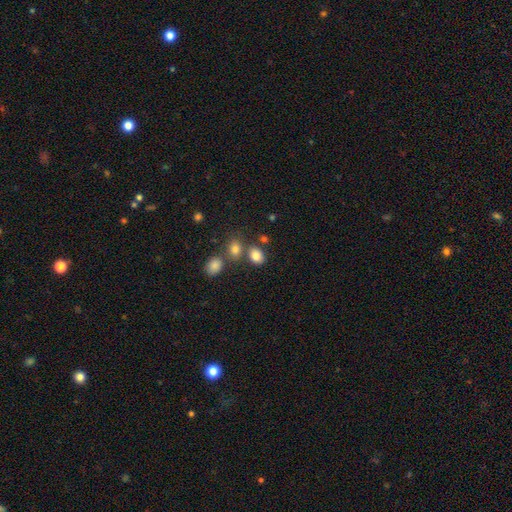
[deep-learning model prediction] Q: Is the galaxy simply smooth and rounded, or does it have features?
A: smooth — 83%.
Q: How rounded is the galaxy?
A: in between — 59%.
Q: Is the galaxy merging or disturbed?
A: none — 66%.